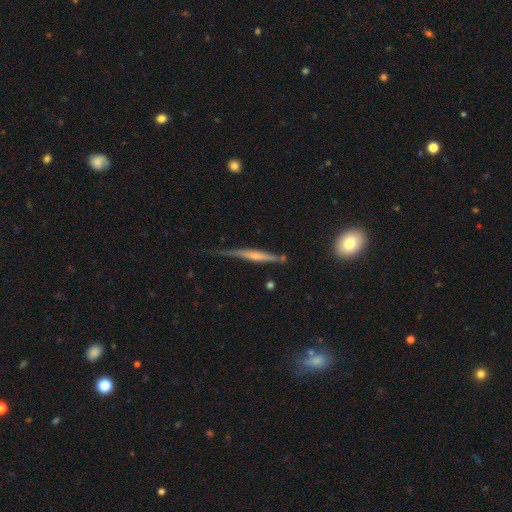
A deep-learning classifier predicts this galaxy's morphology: smooth_or_featured: featured or disk (p=0.63) [alt: smooth p=0.30]
disk_edge_on: yes (p=0.95) [alt: no p=0.05]
edge_on_bulge: rounded (p=0.53) [alt: none p=0.32]
merging: none (p=0.62) [alt: minor disturbance p=0.26]